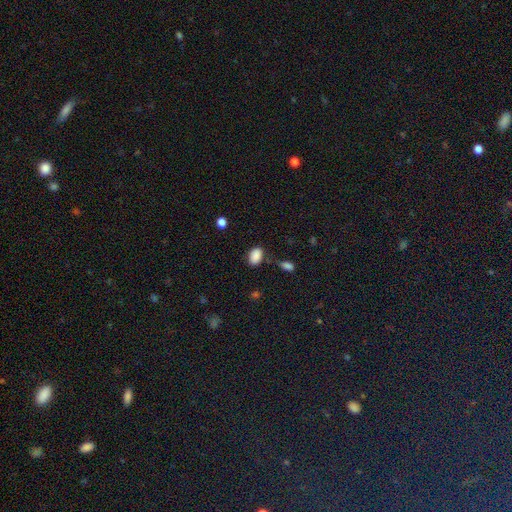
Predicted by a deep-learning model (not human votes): Smooth or featured? smooth (88%)
How rounded? in between (86%)
Merging? none (71%)